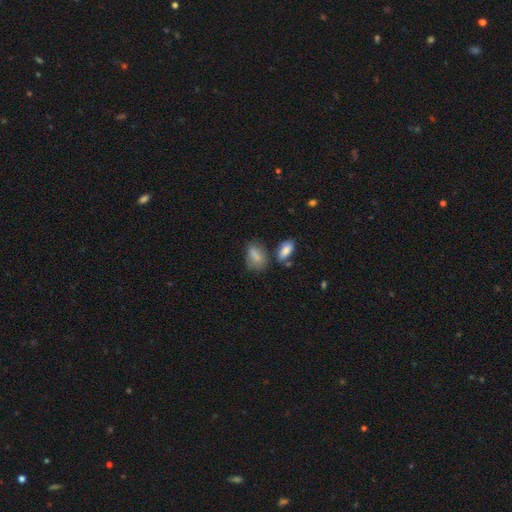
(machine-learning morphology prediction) The model was most divided on "merging": none: 55%, minor disturbance: 25%, merger: 10%, major disturbance: 9%. More confident: how rounded — in between (85%); smooth or featured — smooth (80%).